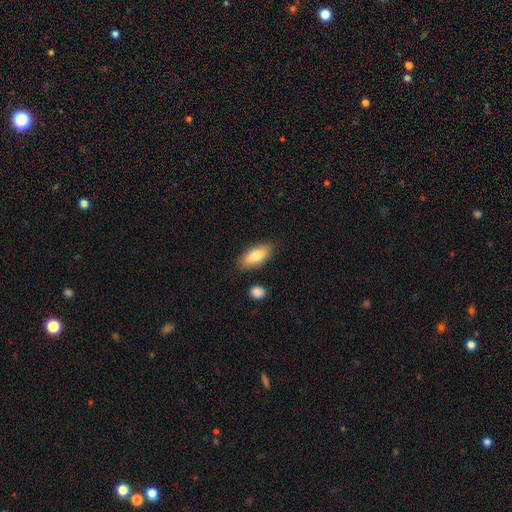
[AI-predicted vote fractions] Smooth or featured? Predicted: smooth (p=0.78). How rounded? Predicted: in between (p=0.84). Merging? Predicted: none (p=0.83).